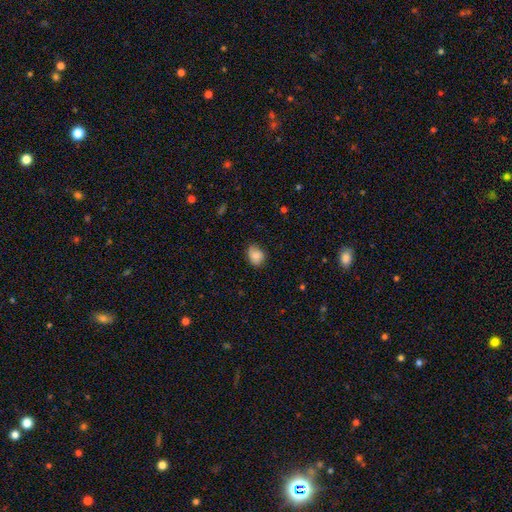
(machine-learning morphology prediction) This is clearly a smooth galaxy (81%). How rounded: possibly in between (57%). Merging: likely none (72%).